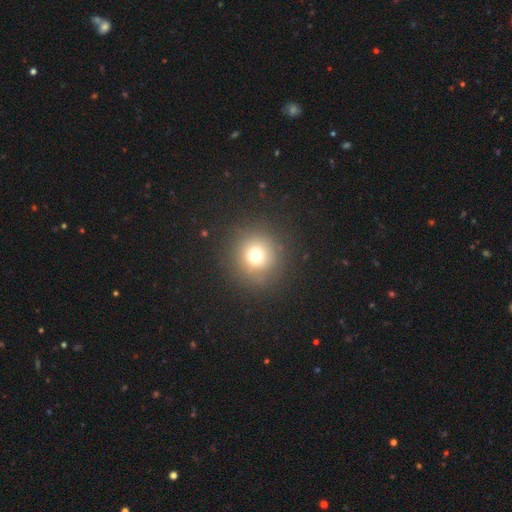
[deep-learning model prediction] A smooth galaxy with no disk features (71%) that is round (94%).

Vote fractions:
- Smooth or featured? smooth: 71% / star or artifact: 18% / featured or disk: 11%
- How rounded? round: 94% / in between: 5% / cigar-shaped: 1%
- Merging? none: 87% / minor disturbance: 8% / major disturbance: 4% / merger: 1%